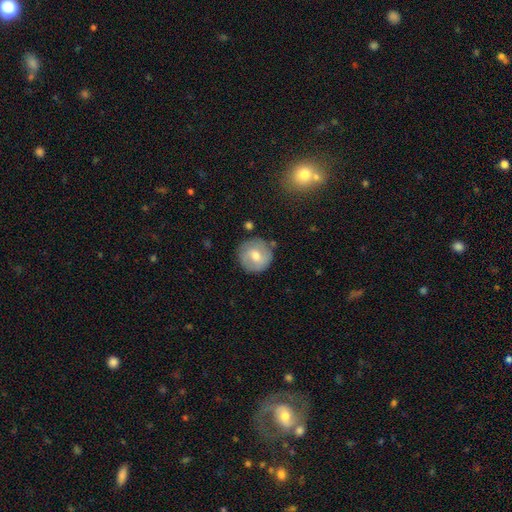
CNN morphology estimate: Smooth or featured: smooth — 55% (featured or disk — 37%)
How rounded: round — 93% (in between — 6%)
Merging: none — 82% (minor disturbance — 12%)